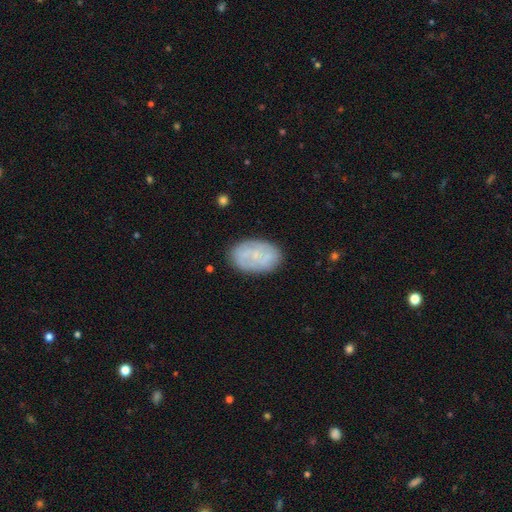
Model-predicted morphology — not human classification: Smooth or featured: smooth — 46% (tied with featured or disk — 46%)
Merging: none — 79% (minor disturbance — 15%)